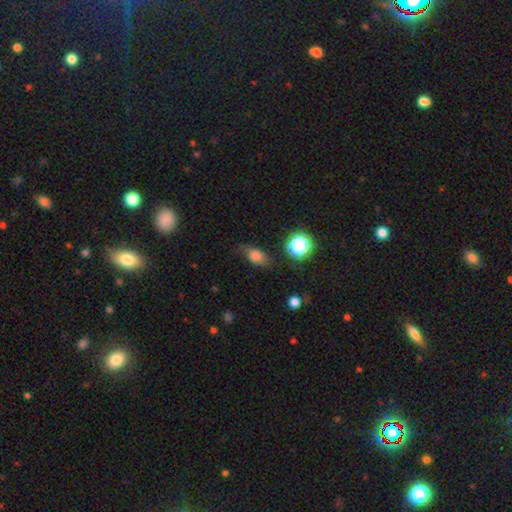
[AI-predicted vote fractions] A smooth galaxy with no disk features (76%) that is in between round and cigar-shaped (75%).

Vote fractions:
- Smooth or featured? smooth: 76% / star or artifact: 13% / featured or disk: 11%
- How rounded? in between: 75% / round: 20% / cigar-shaped: 5%
- Merging? none: 67% / minor disturbance: 23% / major disturbance: 8% / merger: 2%